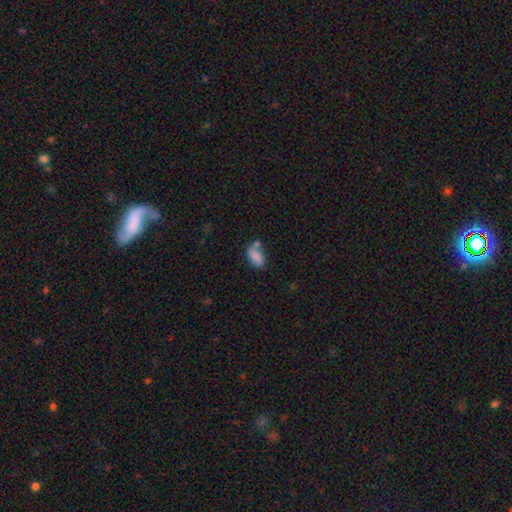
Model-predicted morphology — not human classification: Smooth or featured: smooth — 83% (star or artifact — 9%)
How rounded: in between — 92% (round — 5%)
Merging: none — 47% (merger — 26%)